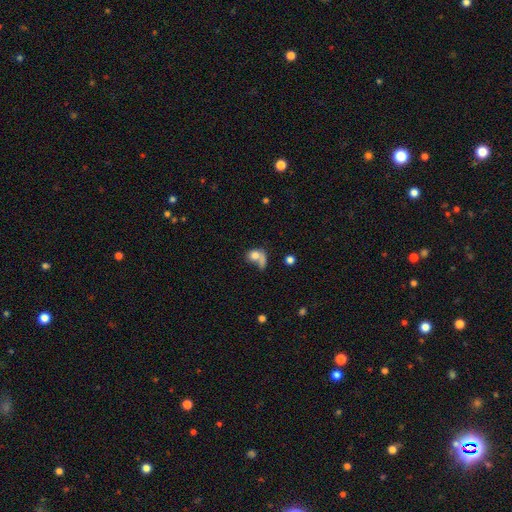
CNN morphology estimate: A smooth galaxy with no disk features (69%) that is in between round and cigar-shaped (51%).

Vote fractions:
- Smooth or featured? smooth: 69% / featured or disk: 20% / star or artifact: 11%
- How rounded? in between: 51% / round: 46% / cigar-shaped: 3%
- Merging? merger: 38% / none: 28% / major disturbance: 22% / minor disturbance: 12%